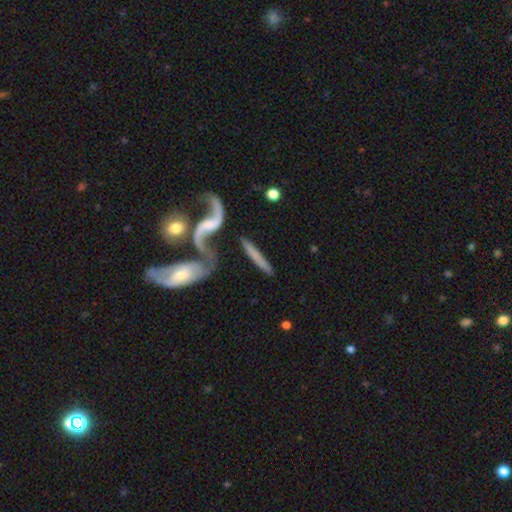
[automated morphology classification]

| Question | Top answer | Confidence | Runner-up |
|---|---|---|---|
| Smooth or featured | featured or disk | 56% | smooth (37%) |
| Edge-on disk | no | 57% | yes (43%) |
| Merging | none | 45% | merger (31%) |